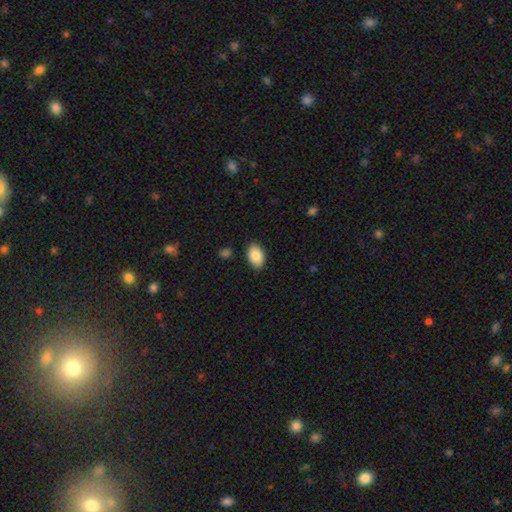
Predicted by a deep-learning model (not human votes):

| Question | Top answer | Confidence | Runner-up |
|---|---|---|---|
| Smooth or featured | smooth | 86% | featured or disk (7%) |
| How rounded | in between | 89% | round (10%) |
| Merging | none | 85% | minor disturbance (11%) |